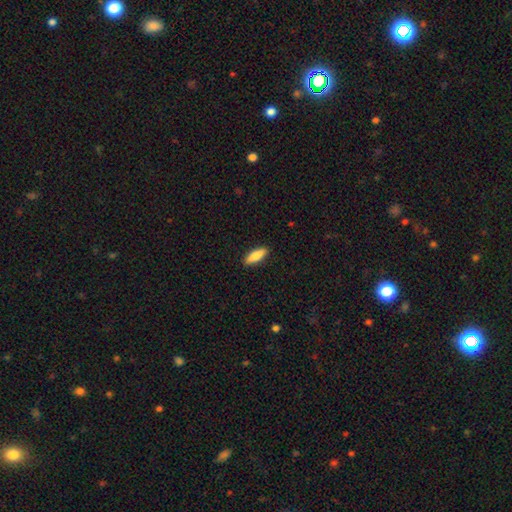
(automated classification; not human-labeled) This appears to be a smooth galaxy with no disk features (81%) that is in between round and cigar-shaped (52%). Merging: none (90%).